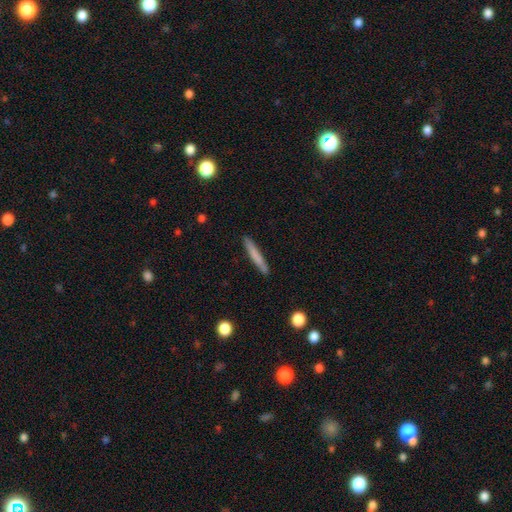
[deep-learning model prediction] Overall: smooth (73%). How rounded: cigar-shaped (95%). Merging: none (89%).